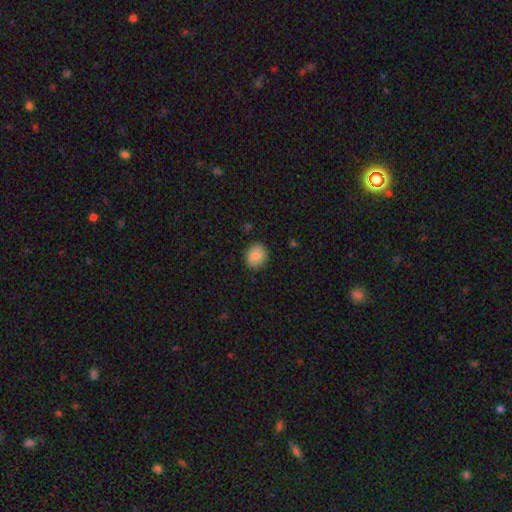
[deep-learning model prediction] The model was most divided on "how rounded": round: 67%, in between: 32%, cigar-shaped: 1%. More confident: smooth or featured — smooth (87%); merging — none (86%).